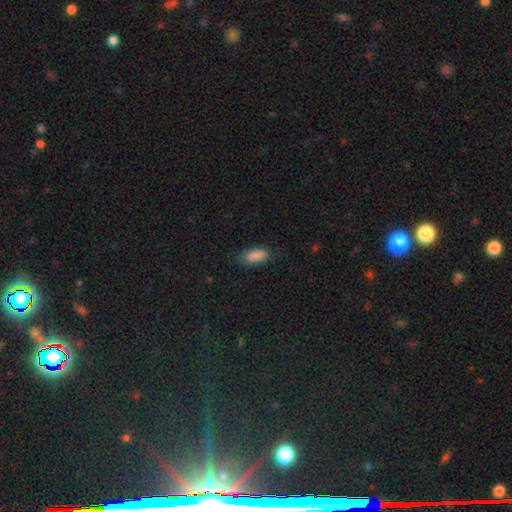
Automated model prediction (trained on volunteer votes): Smooth or featured: smooth — 88% (star or artifact — 7%)
How rounded: in between — 84% (cigar-shaped — 14%)
Merging: none — 79% (minor disturbance — 16%)